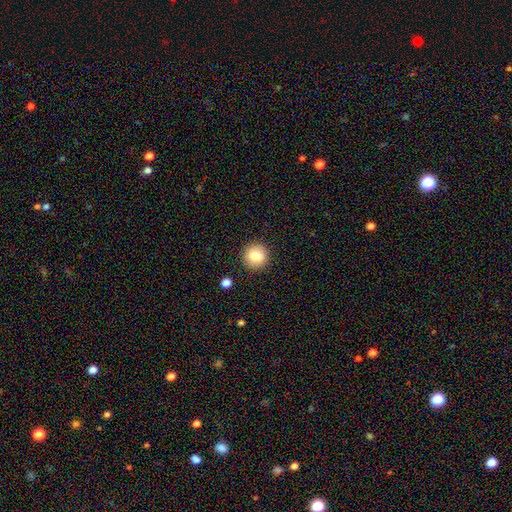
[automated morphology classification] A smooth galaxy with no disk features (83%) that is round (94%). Merging: none (92%).